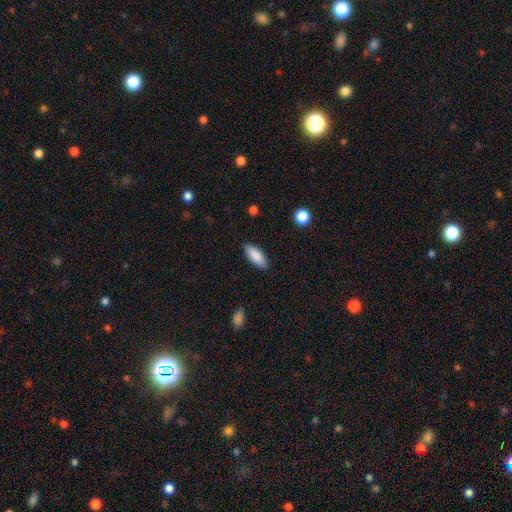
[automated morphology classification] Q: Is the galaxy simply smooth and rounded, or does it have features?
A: smooth — 88%.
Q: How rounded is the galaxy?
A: in between — 78%.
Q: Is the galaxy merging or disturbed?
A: none — 88%.